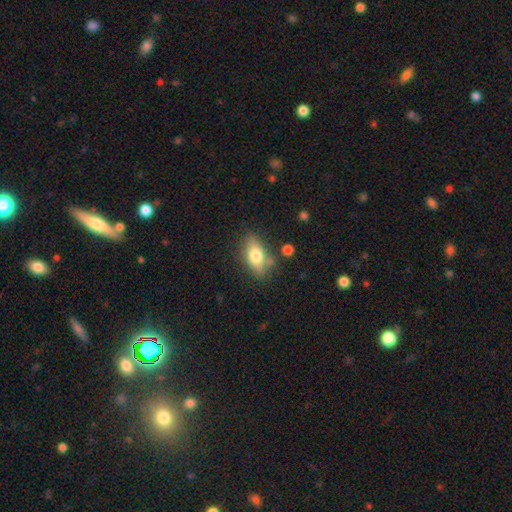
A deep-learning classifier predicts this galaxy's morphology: This appears to be a smooth galaxy with no disk features (64%) that is in between round and cigar-shaped (79%). Merging: none (73%).